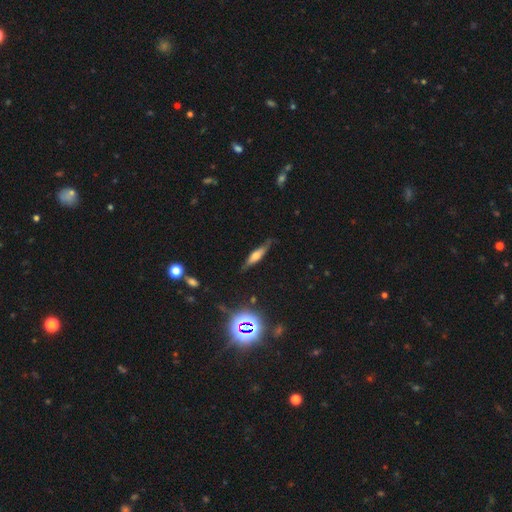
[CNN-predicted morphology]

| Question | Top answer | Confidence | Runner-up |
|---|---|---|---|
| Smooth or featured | featured or disk | 48% | smooth (40%) |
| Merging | none | 77% | minor disturbance (17%) |